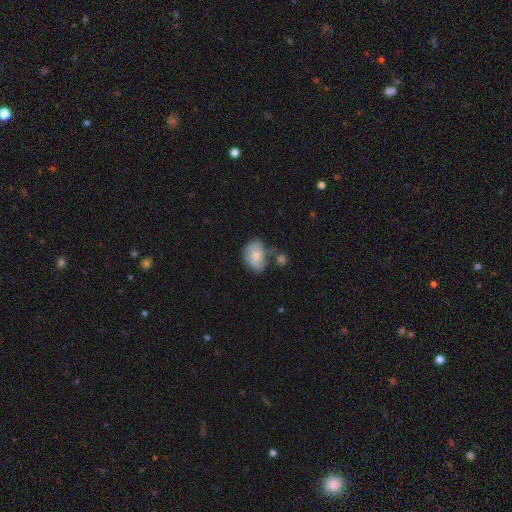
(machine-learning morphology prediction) Smooth or featured? Predicted: smooth (p=0.67). How rounded? Predicted: in between (p=0.77). Merging? Predicted: none (p=0.42).